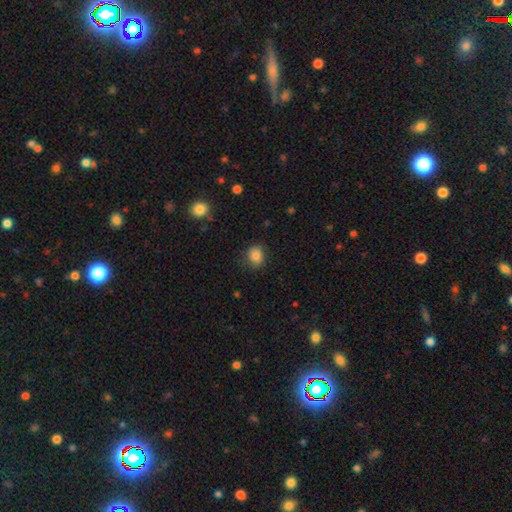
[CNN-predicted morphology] Smooth or featured: smooth — 84% (star or artifact — 10%)
How rounded: round — 69% (in between — 30%)
Merging: none — 79% (minor disturbance — 15%)